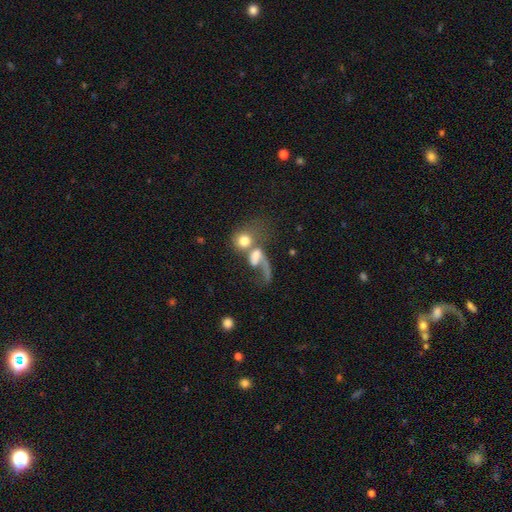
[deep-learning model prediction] The model was most divided on "smooth or featured": smooth: 49%, featured or disk: 40%, star or artifact: 11%. More confident: merging — merger (58%).